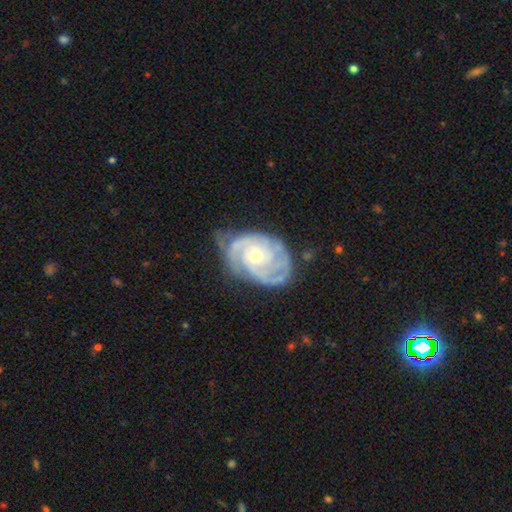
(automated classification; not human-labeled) Morphology: type=featured or disk (87%); edge-on=no (97%); bar=no (71%); spiral arms=yes (96%); winding=tight (64%); arm count=3 (28%); bulge=small (56%); merging=none (58%).